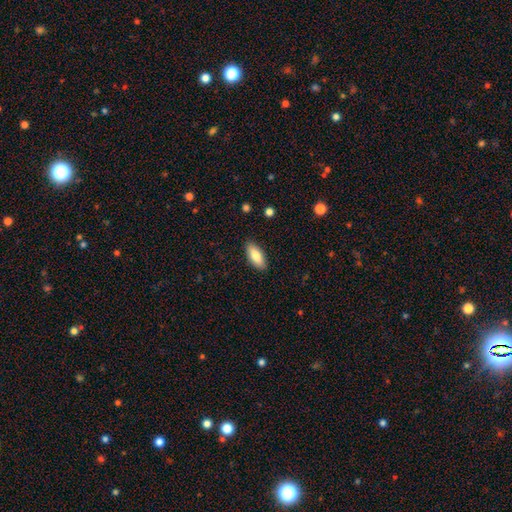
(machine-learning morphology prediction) Smooth or featured? Predicted: smooth (p=0.80). How rounded? Predicted: in between (p=0.83). Merging? Predicted: none (p=0.88).